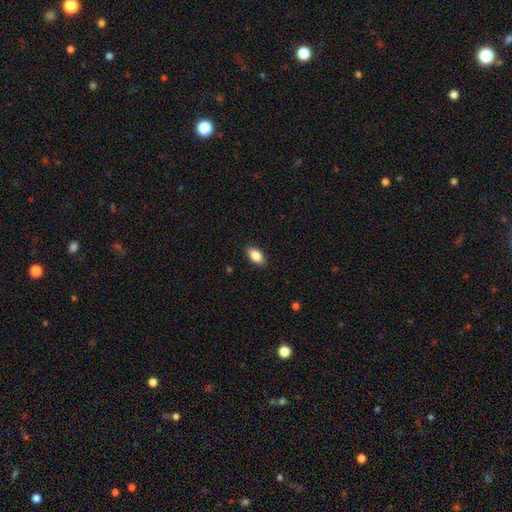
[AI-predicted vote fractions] smooth_or_featured: smooth (p=0.86) [alt: star or artifact p=0.07]
how_rounded: in between (p=0.91) [alt: round p=0.05]
merging: none (p=0.89) [alt: minor disturbance p=0.08]